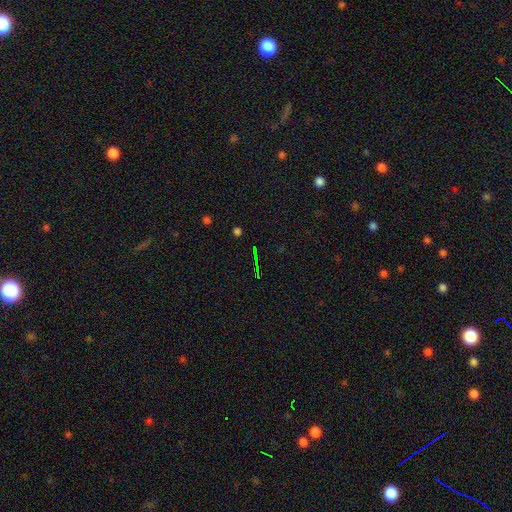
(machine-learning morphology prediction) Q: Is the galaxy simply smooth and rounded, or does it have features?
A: star or artifact — 71%.